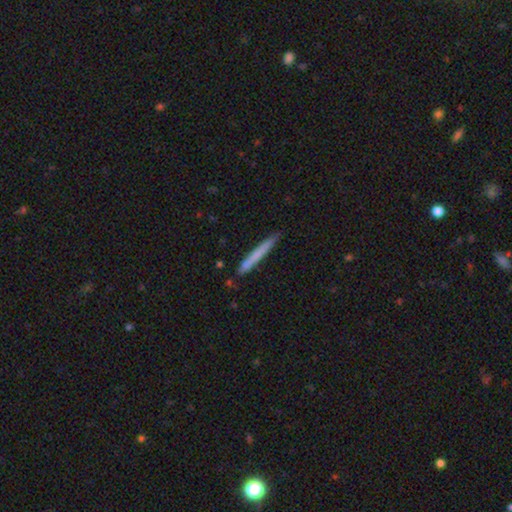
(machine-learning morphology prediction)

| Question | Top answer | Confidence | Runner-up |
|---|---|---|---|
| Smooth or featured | smooth | 65% | featured or disk (29%) |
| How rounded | cigar-shaped | 97% | in between (2%) |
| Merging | none | 86% | minor disturbance (11%) |